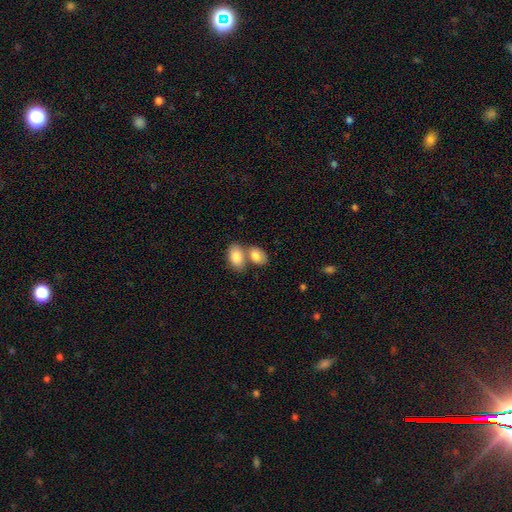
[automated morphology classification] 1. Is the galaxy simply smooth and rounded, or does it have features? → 83% smooth, 11% featured or disk, 6% star or artifact.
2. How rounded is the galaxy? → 89% in between, 9% round, 2% cigar-shaped.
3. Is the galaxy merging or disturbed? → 52% merger, 36% none, 9% minor disturbance, 3% major disturbance.